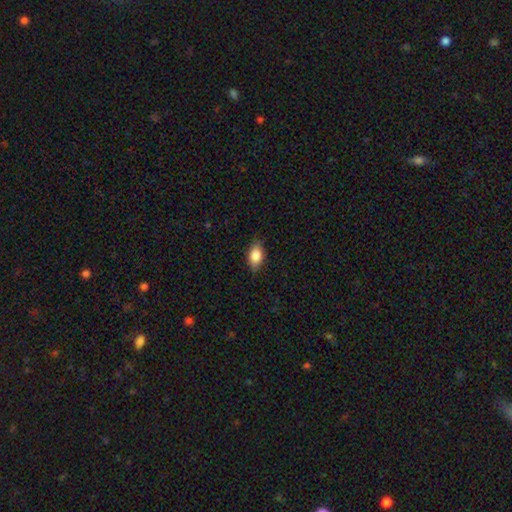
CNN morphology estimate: smooth_or_featured: smooth (p=0.80) [alt: featured or disk p=0.12]
how_rounded: in between (p=0.86) [alt: round p=0.10]
merging: none (p=0.81) [alt: minor disturbance p=0.16]